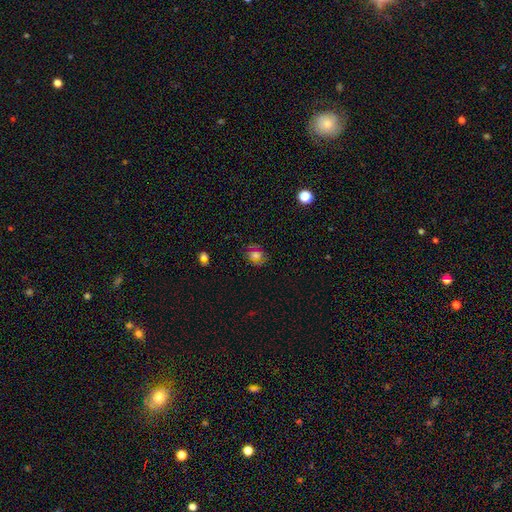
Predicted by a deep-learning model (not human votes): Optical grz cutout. It shows a smooth galaxy with no disk features (54%) that is round (53%). Merging: none (79%).